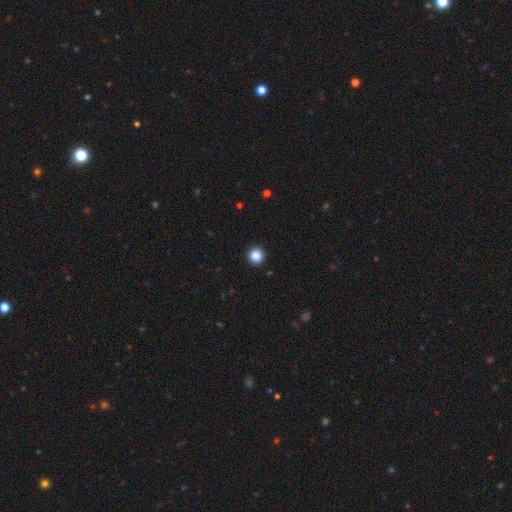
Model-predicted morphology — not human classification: The model was most divided on "smooth or featured": smooth: 86%, star or artifact: 11%, featured or disk: 3%. More confident: how rounded — round (95%); merging — none (93%).